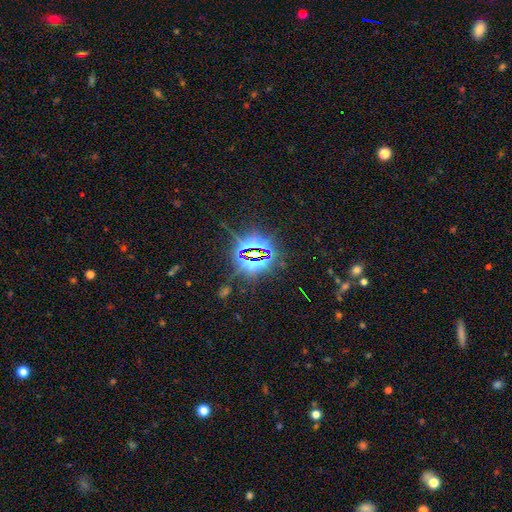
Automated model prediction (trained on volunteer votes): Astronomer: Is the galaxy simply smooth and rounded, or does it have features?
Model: star or artifact — 84%.